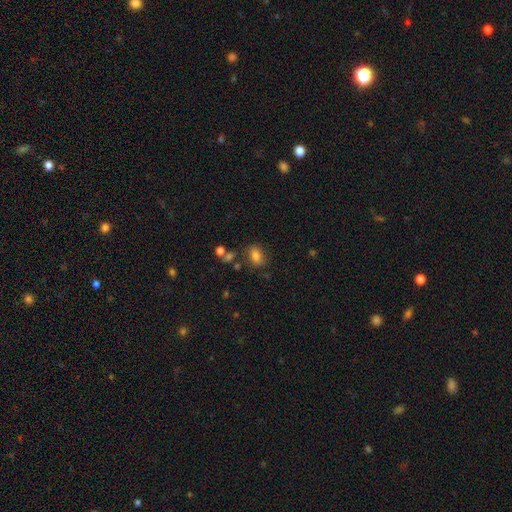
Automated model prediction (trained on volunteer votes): Overall: smooth (79%). How rounded: in between (75%). Merging: none (73%).